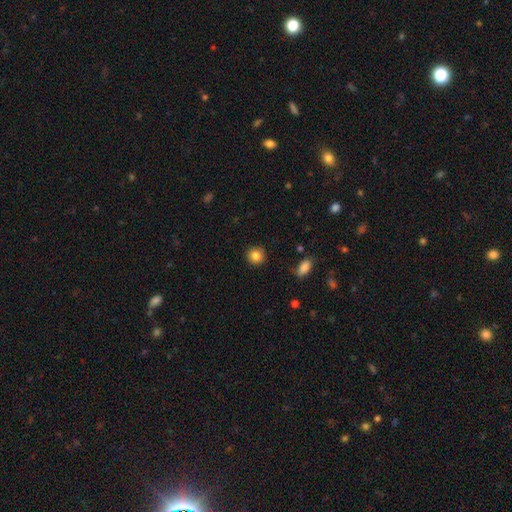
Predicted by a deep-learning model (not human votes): A smooth galaxy with no disk features (85%) that is round (90%). Merging: none (89%).